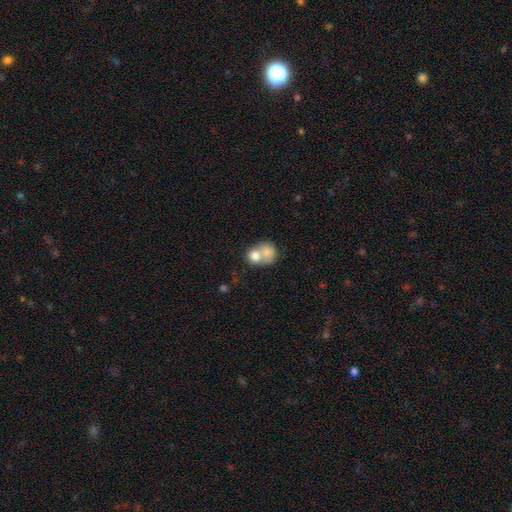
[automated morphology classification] Smooth or featured: smooth — 75% (featured or disk — 17%)
How rounded: round — 67% (in between — 32%)
Merging: merger — 69% (none — 21%)